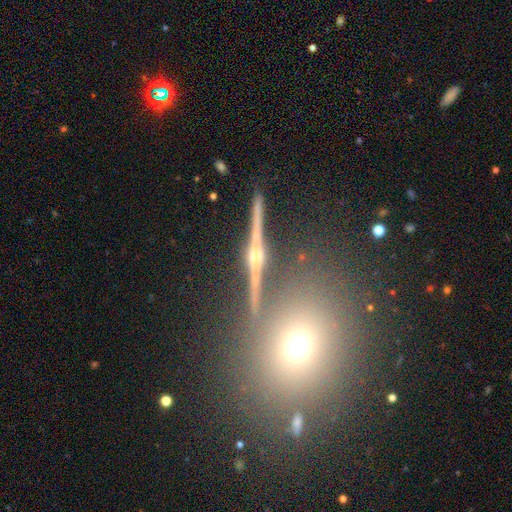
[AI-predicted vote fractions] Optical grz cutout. It shows a featured or disk galaxy (78%) viewed edge-on (96%) with a rounded central bulge (91%). Merging: none (85%).